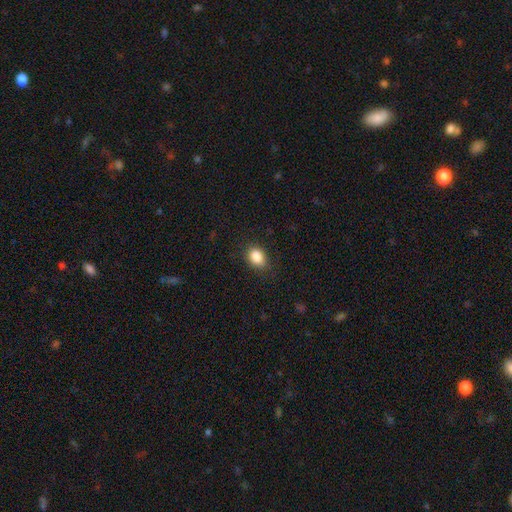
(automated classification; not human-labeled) This appears to be a smooth galaxy with no disk features (87%) that is in between round and cigar-shaped (64%). Merging: none (81%).